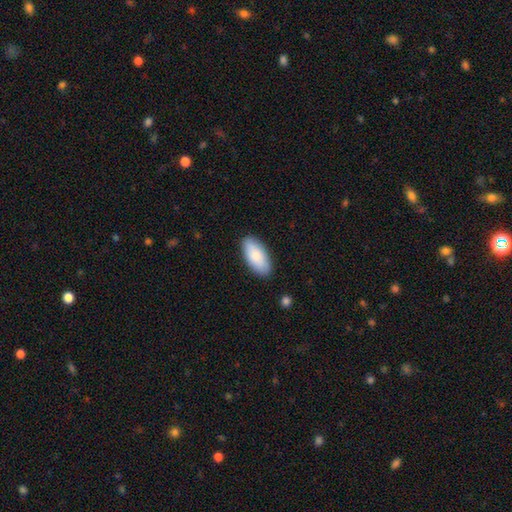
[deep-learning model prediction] Morphology: type=smooth (86%); roundness=in between (90%); merging=none (88%).